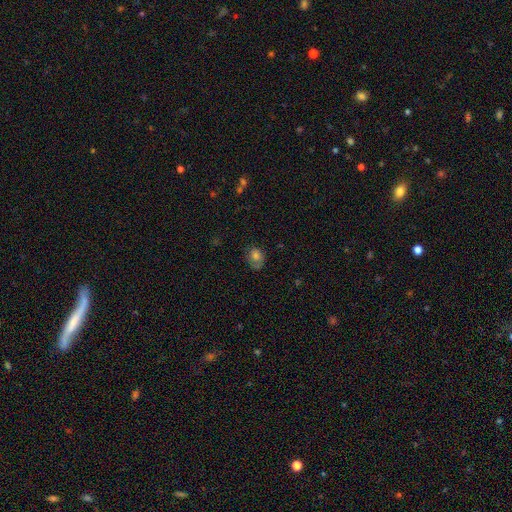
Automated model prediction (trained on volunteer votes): This appears to be a smooth galaxy with no disk features (66%) that is in between round and cigar-shaped (55%). Merging: none (57%).